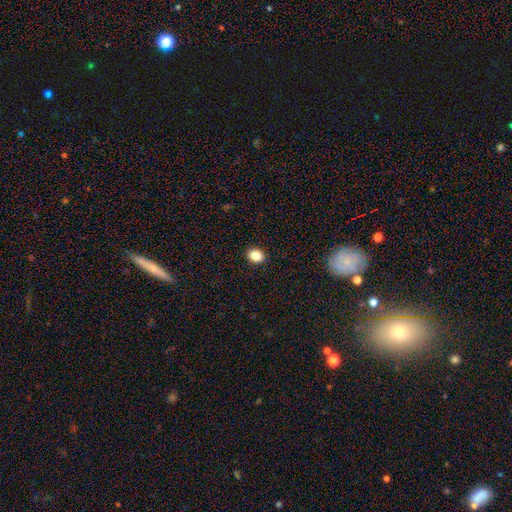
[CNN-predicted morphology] smooth_or_featured: smooth (p=0.86) [alt: star or artifact p=0.10]
how_rounded: in between (p=0.52) [alt: round p=0.47]
merging: none (p=0.91) [alt: minor disturbance p=0.06]